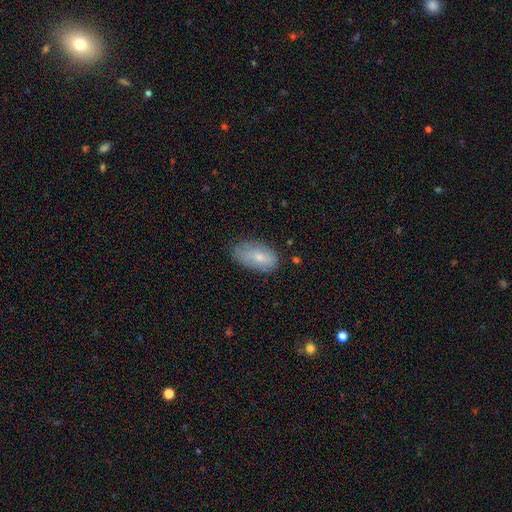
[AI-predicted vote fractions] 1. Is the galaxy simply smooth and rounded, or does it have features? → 68% smooth, 23% featured or disk, 9% star or artifact.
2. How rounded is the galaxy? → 91% in between, 5% cigar-shaped, 4% round.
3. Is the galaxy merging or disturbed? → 69% none, 25% minor disturbance, 5% major disturbance, 2% merger.